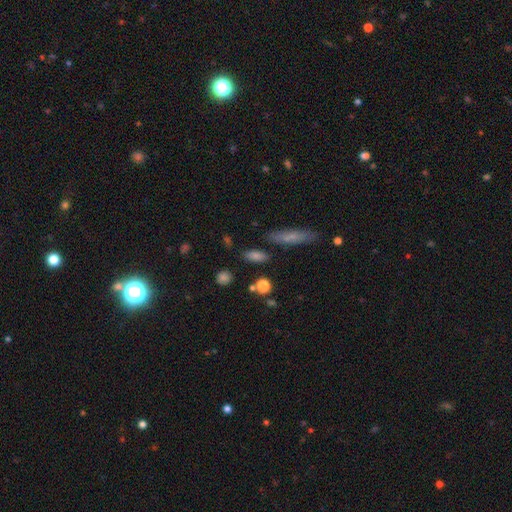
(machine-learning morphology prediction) Overall: smooth (73%). How rounded: in between (57%; cigar-shaped 26%). Merging: none (80%).